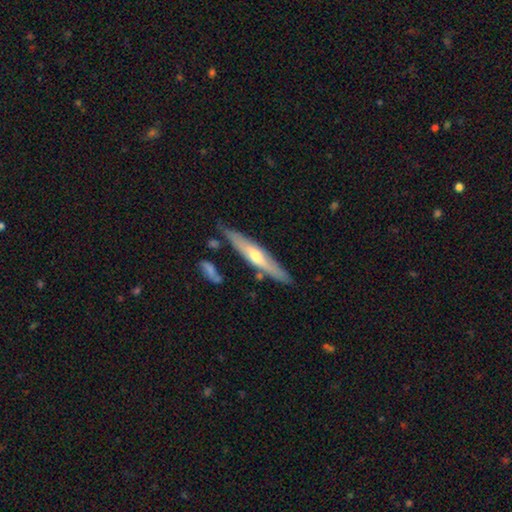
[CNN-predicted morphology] A featured or disk galaxy (62%) viewed edge-on (90%) with a rounded central bulge (84%). Merging: none (81%).